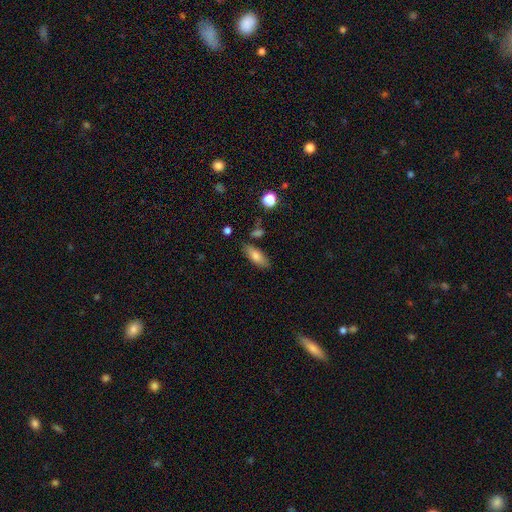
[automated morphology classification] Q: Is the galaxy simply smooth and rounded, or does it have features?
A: smooth — 76%.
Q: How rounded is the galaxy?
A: in between — 72%.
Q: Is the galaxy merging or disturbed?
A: none — 80%.